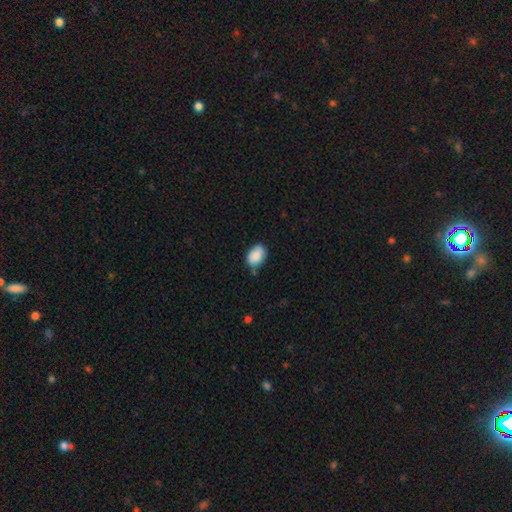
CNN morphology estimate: Smooth or featured?
  - smooth: 86% *
  - star or artifact: 7%
  - featured or disk: 6%
How rounded?
  - in between: 82% *
  - round: 16%
  - cigar-shaped: 1%
Merging?
  - none: 58% *
  - minor disturbance: 32%
  - major disturbance: 6%
  - merger: 5%